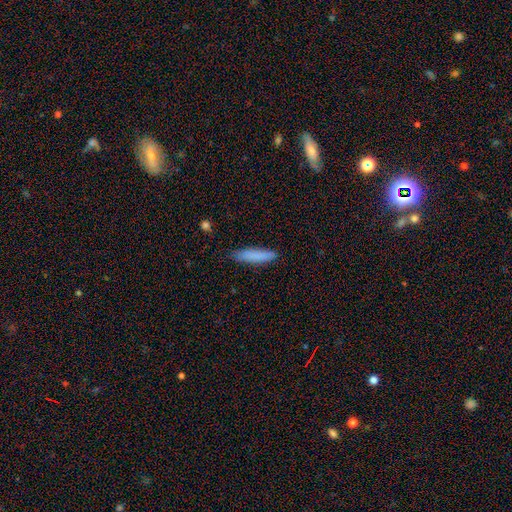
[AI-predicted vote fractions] Smooth or featured: smooth — 84% (featured or disk — 10%)
How rounded: cigar-shaped — 81% (in between — 17%)
Merging: none — 83% (minor disturbance — 13%)